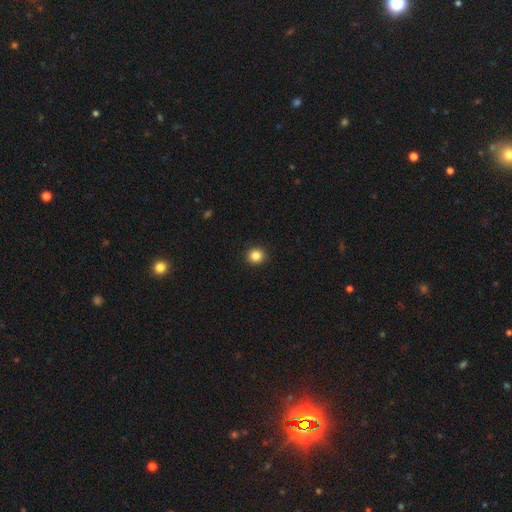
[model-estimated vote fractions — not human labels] smooth_or_featured: smooth (p=0.85) [alt: star or artifact p=0.11]
how_rounded: round (p=0.91) [alt: in between p=0.08]
merging: none (p=0.93) [alt: minor disturbance p=0.05]